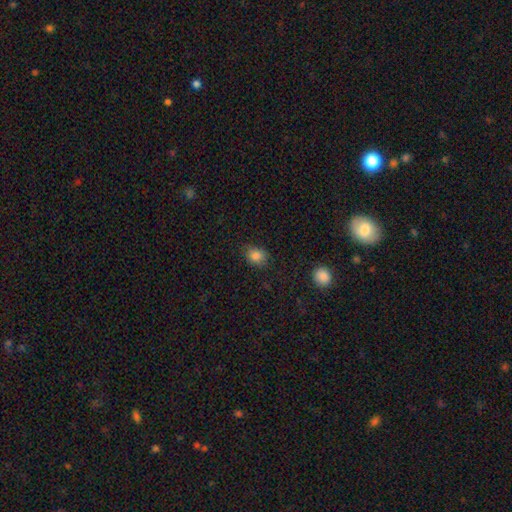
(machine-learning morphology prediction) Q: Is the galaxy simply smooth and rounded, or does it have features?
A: smooth — 84%.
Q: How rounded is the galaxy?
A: in between — 50%.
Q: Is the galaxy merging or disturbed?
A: none — 80%.